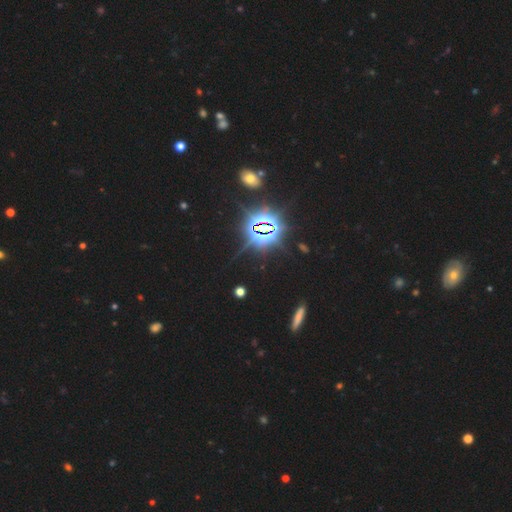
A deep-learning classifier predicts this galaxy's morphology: Smooth or featured?
  - star or artifact: 80% *
  - smooth: 13%
  - featured or disk: 7%